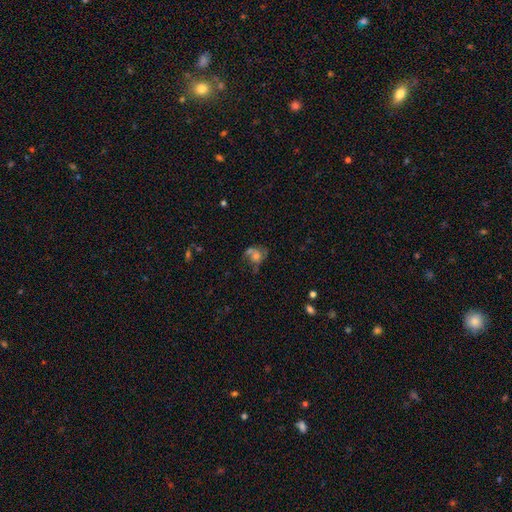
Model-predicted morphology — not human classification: A smooth galaxy with no disk features (48%).

Vote fractions:
- Smooth or featured? smooth: 48% / featured or disk: 37% / star or artifact: 15%
- Merging? none: 33% / merger: 32% / minor disturbance: 18% / major disturbance: 17%